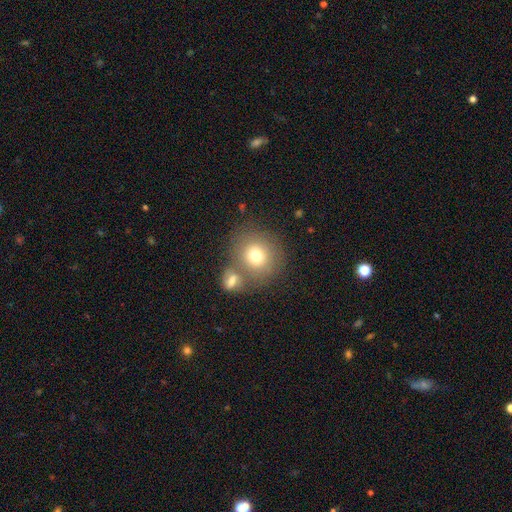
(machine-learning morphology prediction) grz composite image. It shows a smooth galaxy with no disk features (74%) that is round (85%). Merging: none (57%).